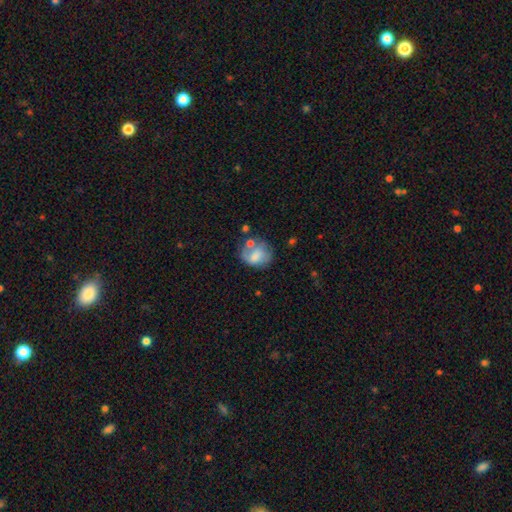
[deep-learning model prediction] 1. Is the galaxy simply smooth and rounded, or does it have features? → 59% smooth, 32% featured or disk, 9% star or artifact.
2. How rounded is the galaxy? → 60% round, 39% in between, 1% cigar-shaped.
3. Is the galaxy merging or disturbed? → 41% none, 24% minor disturbance, 19% major disturbance, 16% merger.